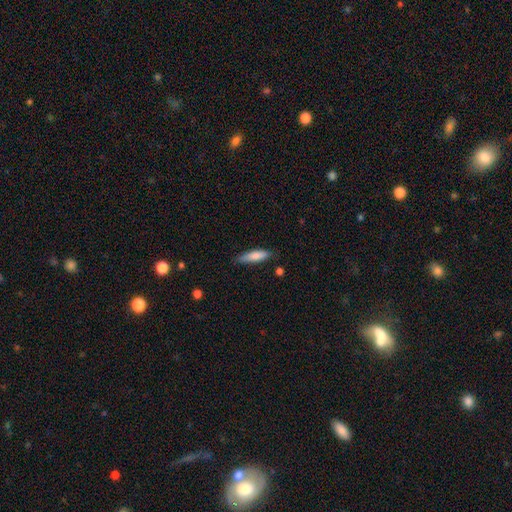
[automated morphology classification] Overall: smooth (81%). How rounded: cigar-shaped (69%; in between 30%). Merging: none (78%).